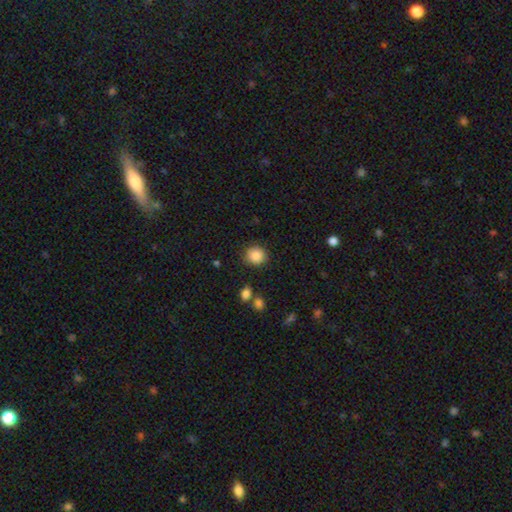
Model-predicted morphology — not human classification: smooth 88%, star or artifact 9%, featured or disk 3%. Down the decision tree: how rounded — round (85%); merging — none (86%).